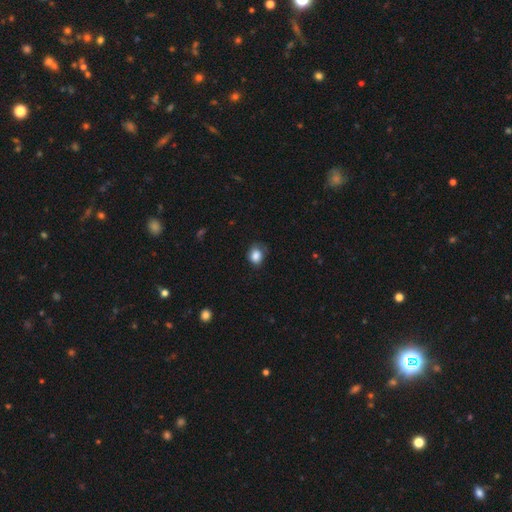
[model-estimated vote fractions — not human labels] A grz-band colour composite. It shows a smooth galaxy with no disk features (85%) that is round (55%). Merging: none (61%).